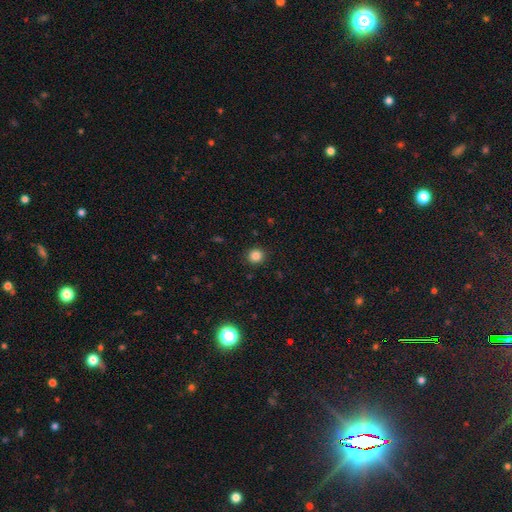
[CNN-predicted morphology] smooth 84%, star or artifact 11%, featured or disk 5%. Down the decision tree: how rounded — round (90%); merging — none (91%).